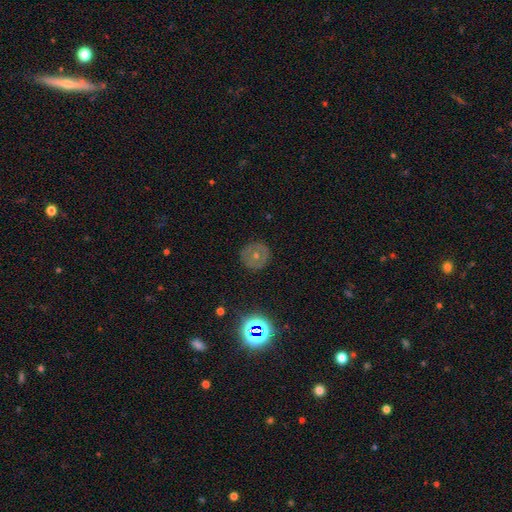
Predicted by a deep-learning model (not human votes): A smooth galaxy with no disk features (49%). Merging: none (87%).